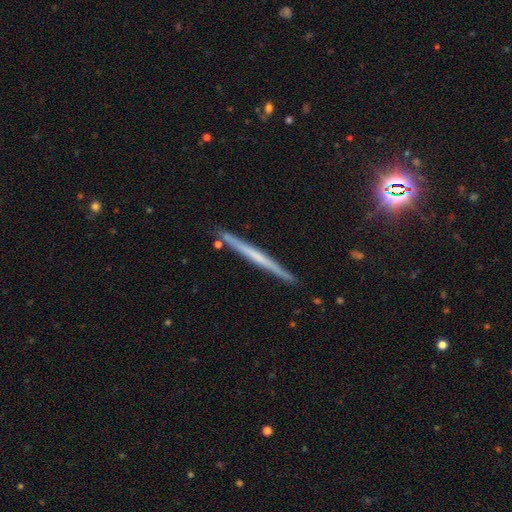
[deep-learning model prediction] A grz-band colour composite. It shows a featured or disk galaxy (59%) viewed edge-on (98%) with no central bulge (80%). Merging: none (90%).